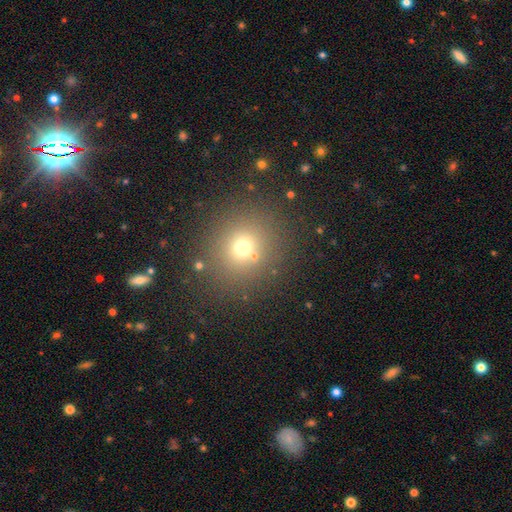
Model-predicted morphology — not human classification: type=smooth (57%); roundness=round (89%); merging=none (90%).